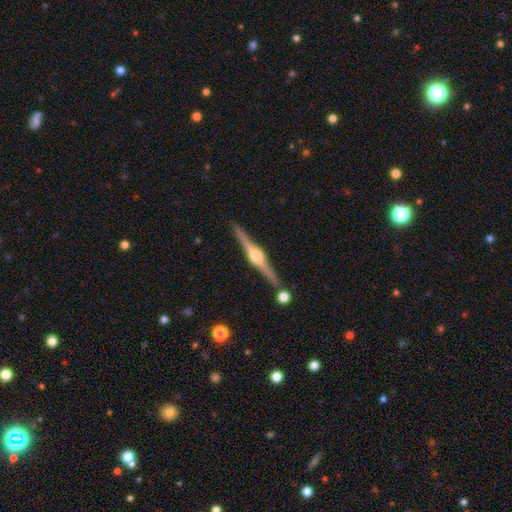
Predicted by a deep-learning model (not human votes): Overall: featured or disk (88%). Edge-on disk: yes (98%). Edge-on bulge: rounded (93%). Merging: none (87%).